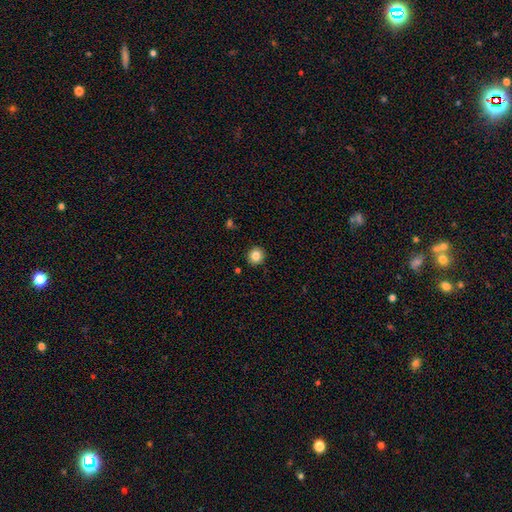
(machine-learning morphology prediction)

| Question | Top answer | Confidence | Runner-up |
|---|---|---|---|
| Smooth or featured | smooth | 84% | star or artifact (10%) |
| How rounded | round | 92% | in between (7%) |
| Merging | none | 91% | minor disturbance (6%) |